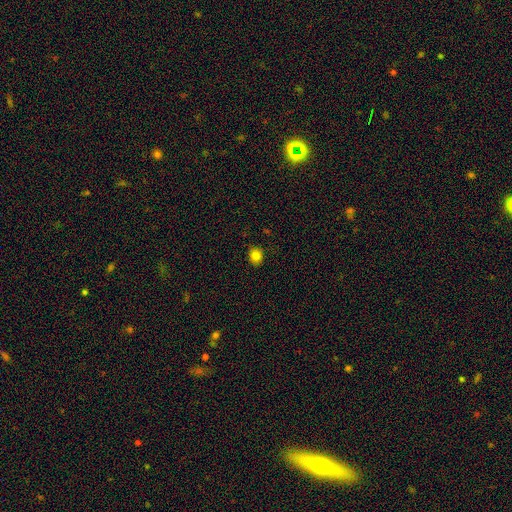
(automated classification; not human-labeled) A smooth galaxy with no disk features (82%) that is round (61%).

Vote fractions:
- Smooth or featured? smooth: 82% / star or artifact: 12% / featured or disk: 6%
- How rounded? round: 61% / in between: 38% / cigar-shaped: 1%
- Merging? none: 87% / minor disturbance: 10% / major disturbance: 2% / merger: 1%